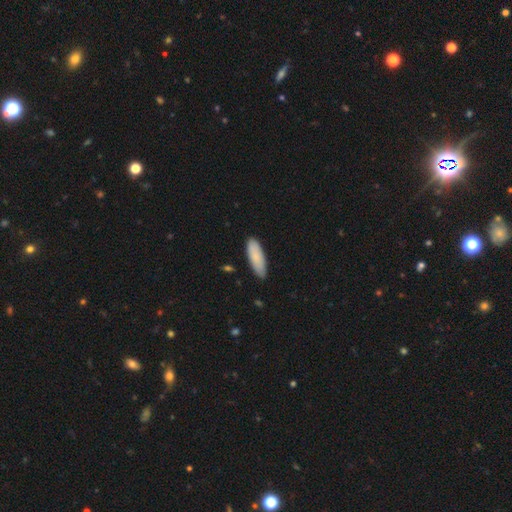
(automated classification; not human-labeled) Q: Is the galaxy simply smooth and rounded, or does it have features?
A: smooth — 85%.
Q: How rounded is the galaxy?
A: in between — 54%.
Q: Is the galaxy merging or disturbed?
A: none — 82%.